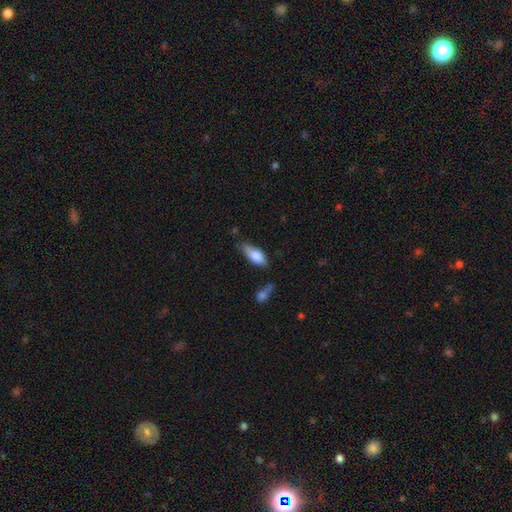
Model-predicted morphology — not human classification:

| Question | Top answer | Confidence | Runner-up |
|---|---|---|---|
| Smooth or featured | smooth | 72% | featured or disk (21%) |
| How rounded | in between | 73% | cigar-shaped (24%) |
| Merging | none | 53% | minor disturbance (31%) |